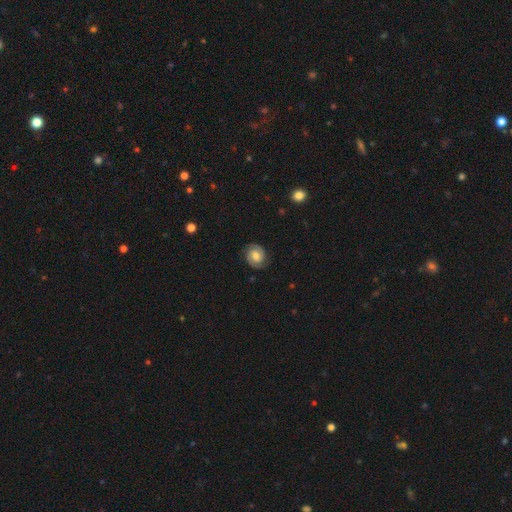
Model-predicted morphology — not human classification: Smooth or featured: featured or disk — 71% (smooth — 22%)
Edge-on disk: no — 98% (yes — 2%)
Bar: no — 57% (weak — 36%)
Spiral arms: yes — 94% (no — 6%)
Spiral winding: tight — 58% (medium — 34%)
Spiral arm count: 2 — 89% (can't tell — 6%)
Bulge size: moderate — 64% (small — 22%)
Merging: none — 84% (minor disturbance — 12%)